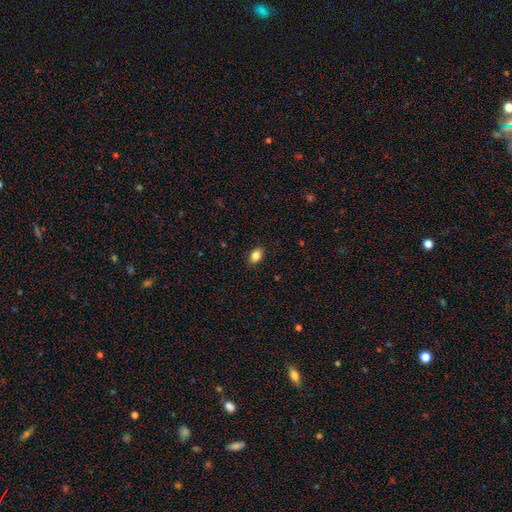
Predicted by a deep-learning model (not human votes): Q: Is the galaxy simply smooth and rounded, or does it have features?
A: smooth — 85%.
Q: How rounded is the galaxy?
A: in between — 83%.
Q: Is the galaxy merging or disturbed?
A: none — 89%.